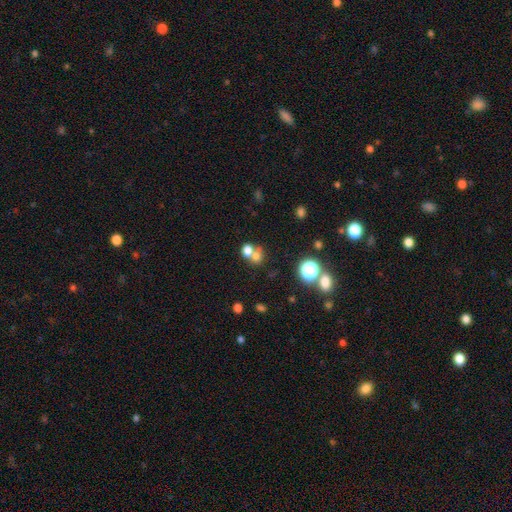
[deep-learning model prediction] The model was most divided on "merging": merger: 51%, none: 37%, minor disturbance: 7%, major disturbance: 4%. More confident: how rounded — round (70%); smooth or featured — smooth (69%).